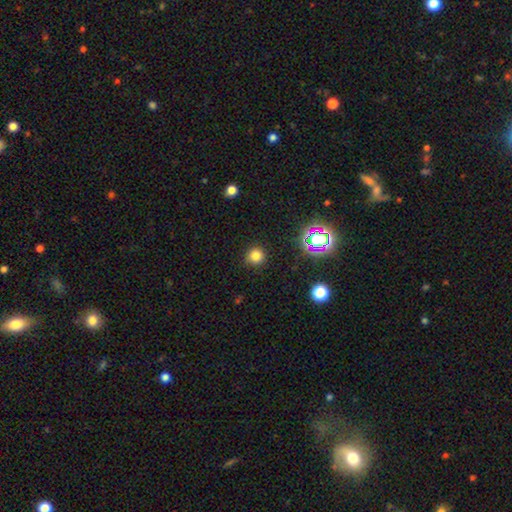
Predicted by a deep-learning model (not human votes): Q: Smooth or featured?
A: smooth (77%); runner-up: star or artifact (18%)
Q: How rounded?
A: round (93%); runner-up: in between (6%)
Q: Merging?
A: none (89%); runner-up: minor disturbance (7%)